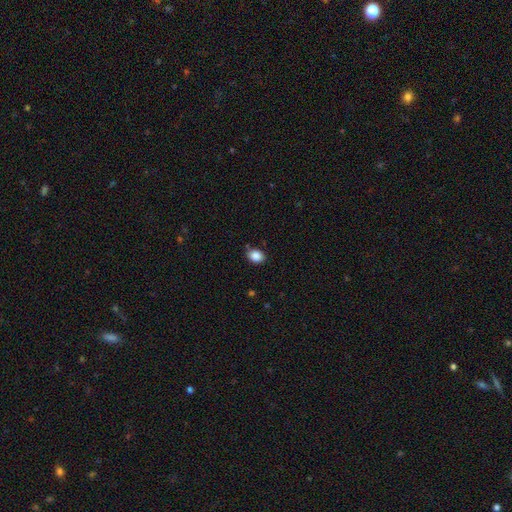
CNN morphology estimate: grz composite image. It shows a smooth galaxy with no disk features (87%) that is in between round and cigar-shaped (65%). Merging: none (78%).